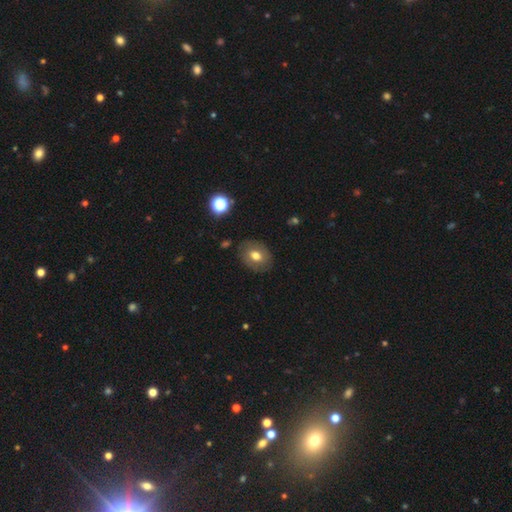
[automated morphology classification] smooth-or-featured: smooth: 68% | featured or disk: 23% | star or artifact: 10%
  how-rounded: in between: 56% | round: 43% | cigar-shaped: 1%
  merging: none: 83% | minor disturbance: 11% | major disturbance: 4% | merger: 2%